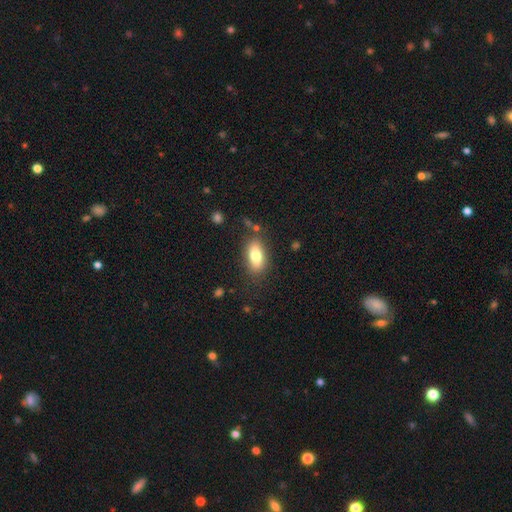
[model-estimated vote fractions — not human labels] This is likely a smooth galaxy (76%). How rounded: clearly in between (83%). Merging: likely none (80%).